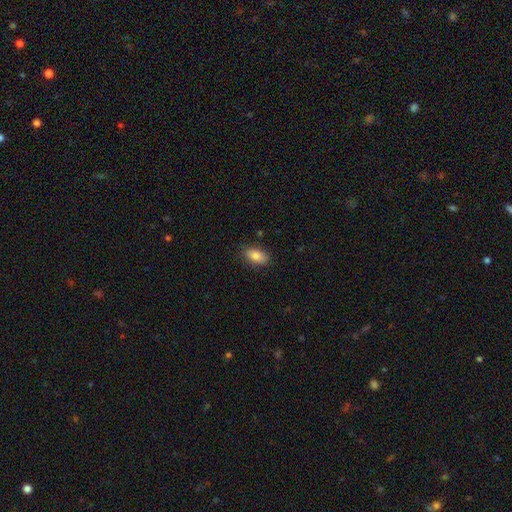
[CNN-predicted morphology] The model was most divided on "merging": none: 84%, minor disturbance: 12%, major disturbance: 3%, merger: 1%. More confident: how rounded — in between (90%); smooth or featured — smooth (84%).